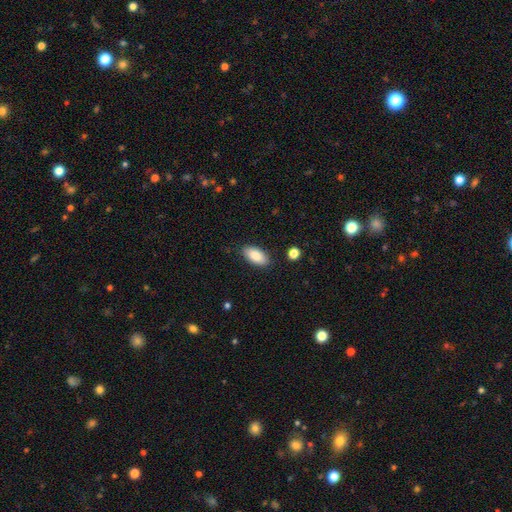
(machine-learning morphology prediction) A smooth galaxy with no disk features (86%) that is in between round and cigar-shaped (92%). Merging: none (86%).